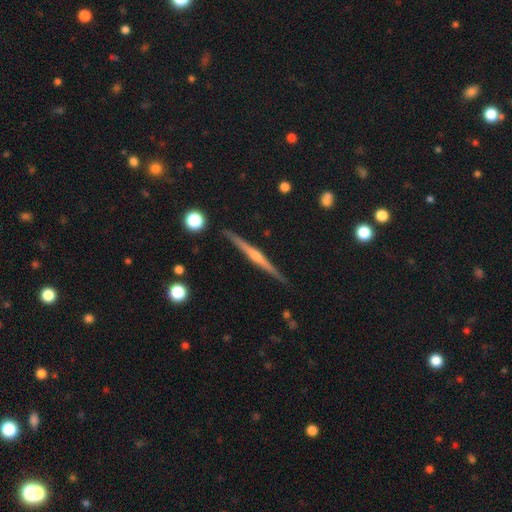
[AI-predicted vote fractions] Smooth or featured?
  - featured or disk: 78% *
  - smooth: 16%
  - star or artifact: 6%
Edge-on disk?
  - yes: 98% *
  - no: 2%
Edge-on bulge?
  - rounded: 77% *
  - none: 16%
  - boxy: 7%
Merging?
  - none: 90% *
  - minor disturbance: 7%
  - major disturbance: 1%
  - merger: 1%